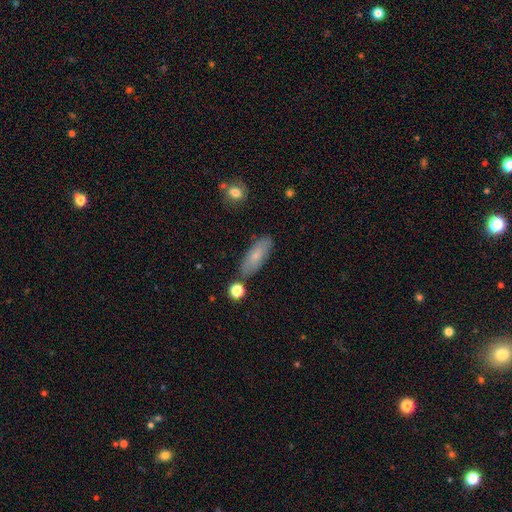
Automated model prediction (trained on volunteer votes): Q: Smooth or featured?
A: smooth (71%); runner-up: featured or disk (22%)
Q: How rounded?
A: in between (67%); runner-up: cigar-shaped (30%)
Q: Merging?
A: none (78%); runner-up: minor disturbance (14%)